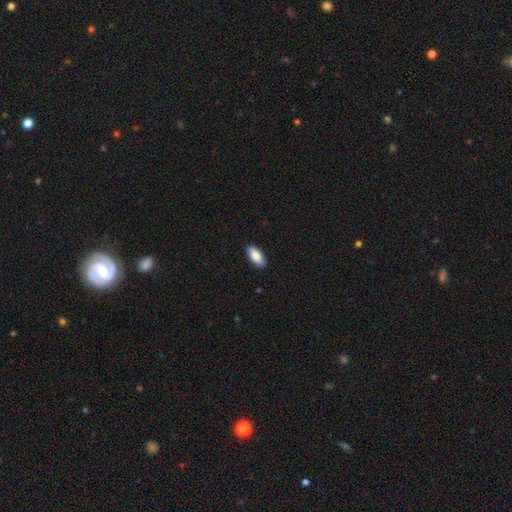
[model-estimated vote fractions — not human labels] A smooth galaxy with no disk features (87%) that is in between round and cigar-shaped (88%).

Vote fractions:
- Smooth or featured? smooth: 87% / featured or disk: 7% / star or artifact: 6%
- How rounded? in between: 88% / cigar-shaped: 10% / round: 2%
- Merging? none: 90% / minor disturbance: 8% / major disturbance: 2% / merger: 1%